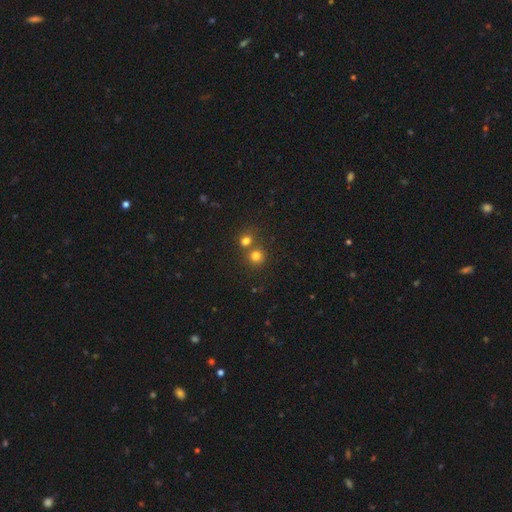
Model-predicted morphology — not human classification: A smooth galaxy with no disk features (77%) that is round (87%).

Vote fractions:
- Smooth or featured? smooth: 77% / star or artifact: 15% / featured or disk: 8%
- How rounded? round: 87% / in between: 12% / cigar-shaped: 1%
- Merging? none: 57% / merger: 34% / minor disturbance: 7% / major disturbance: 3%